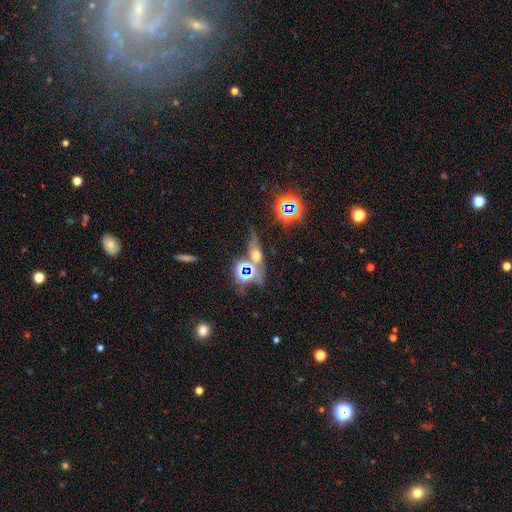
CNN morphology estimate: Smooth or featured? star or artifact (44%)